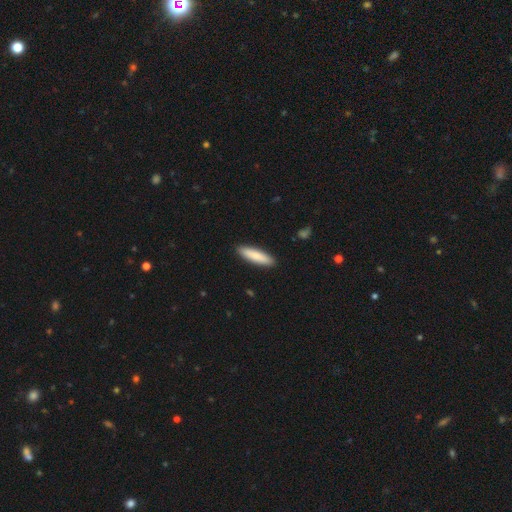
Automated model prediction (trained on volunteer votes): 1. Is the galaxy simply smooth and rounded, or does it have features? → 83% smooth, 12% featured or disk, 5% star or artifact.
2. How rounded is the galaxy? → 73% cigar-shaped, 25% in between, 1% round.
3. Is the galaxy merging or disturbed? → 91% none, 7% minor disturbance, 1% major disturbance, 1% merger.